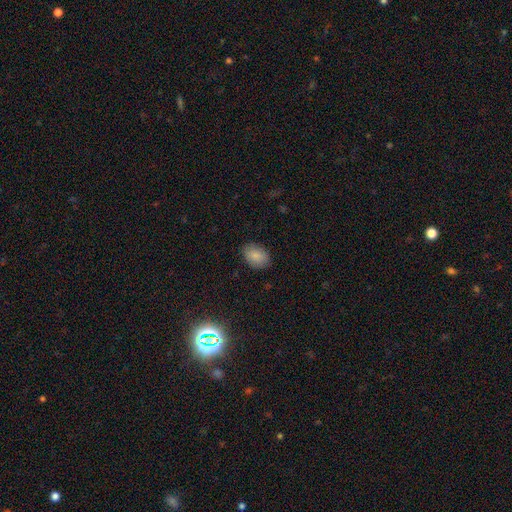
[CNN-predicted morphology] A smooth galaxy with no disk features (85%) that is in between round and cigar-shaped (80%).

Vote fractions:
- Smooth or featured? smooth: 85% / star or artifact: 8% / featured or disk: 7%
- How rounded? in between: 80% / round: 19% / cigar-shaped: 1%
- Merging? none: 85% / minor disturbance: 11% / major disturbance: 2% / merger: 1%